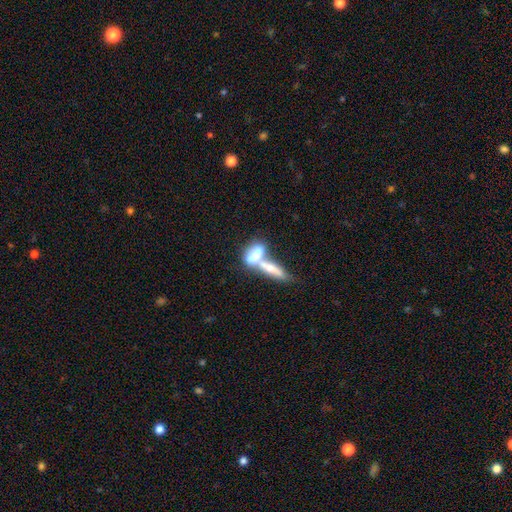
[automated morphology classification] smooth 61%, featured or disk 32%, star or artifact 8%. Down the decision tree: how rounded — in between (68%); merging — merger (72%).